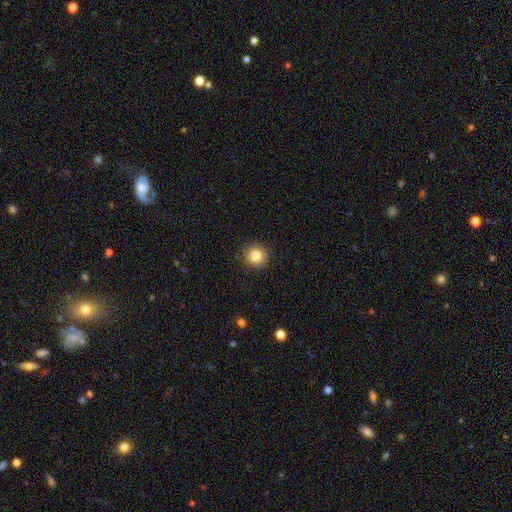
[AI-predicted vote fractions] Q: Smooth or featured?
A: smooth (84%); runner-up: star or artifact (10%)
Q: How rounded?
A: round (94%); runner-up: in between (6%)
Q: Merging?
A: none (92%); runner-up: minor disturbance (6%)